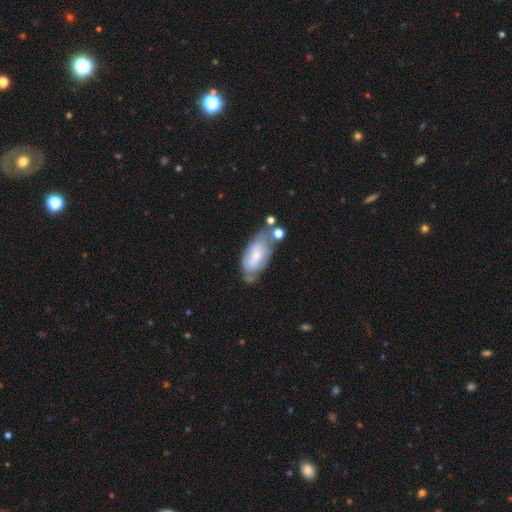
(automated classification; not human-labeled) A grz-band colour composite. It shows a smooth galaxy with no disk features (53%) that is in between round and cigar-shaped (87%). Merging: none (40%).